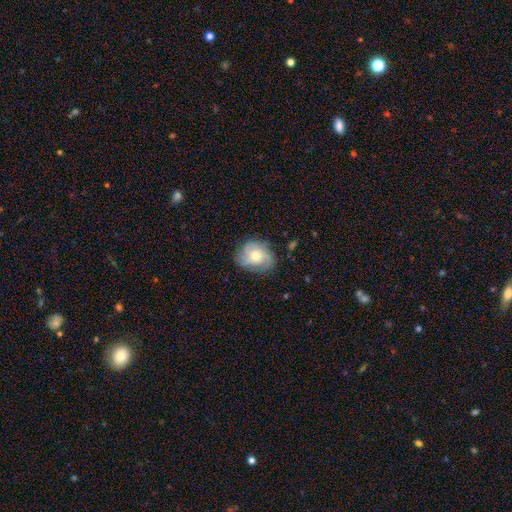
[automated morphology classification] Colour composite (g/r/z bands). It shows a featured or disk galaxy (57%) with no bar (80%), spiral arms (85%) and a moderate central bulge (61%). Merging: none (71%).